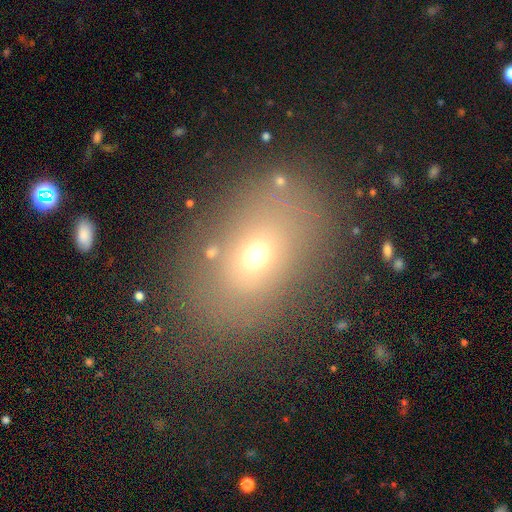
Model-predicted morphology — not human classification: type=smooth (64%); roundness=in between (67%); merging=none (74%).